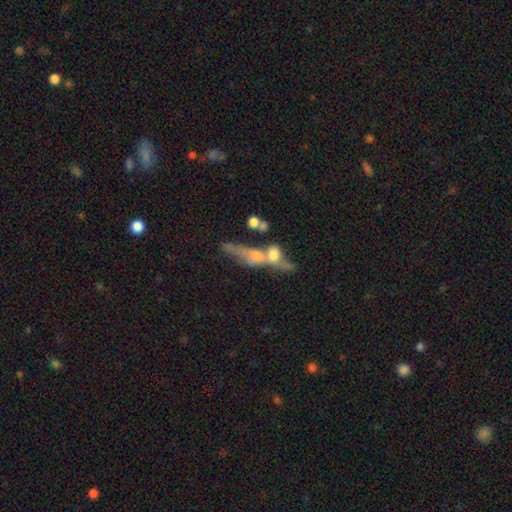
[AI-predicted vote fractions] Overall: smooth (44%, tied with featured or disk). Merging: merger (71%).